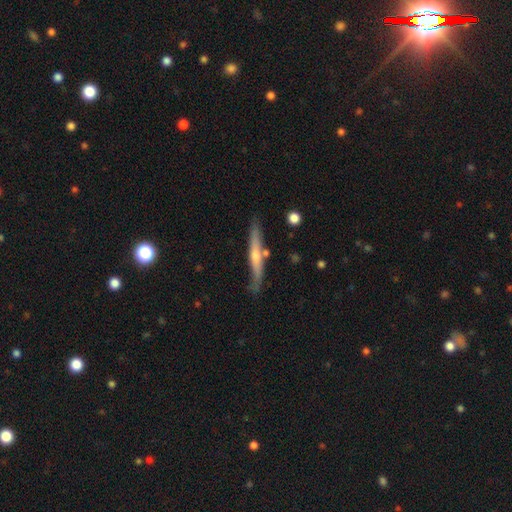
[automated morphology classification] Q: Smooth or featured?
A: featured or disk (68%); runner-up: smooth (26%)
Q: Edge-on disk?
A: yes (92%); runner-up: no (8%)
Q: Edge-on bulge?
A: rounded (73%); runner-up: none (22%)
Q: Merging?
A: none (77%); runner-up: minor disturbance (16%)